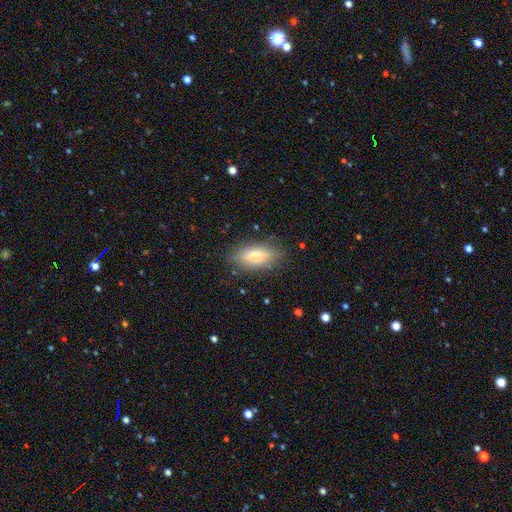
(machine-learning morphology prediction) Q: Smooth or featured?
A: smooth (70%); runner-up: featured or disk (23%)
Q: How rounded?
A: in between (80%); runner-up: cigar-shaped (16%)
Q: Merging?
A: none (80%); runner-up: minor disturbance (15%)